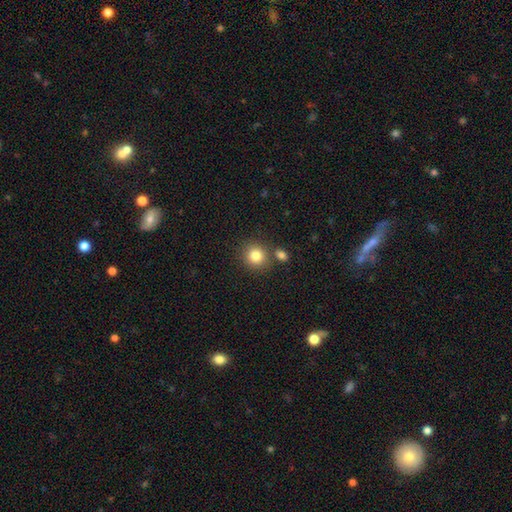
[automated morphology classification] This appears to be a smooth galaxy with no disk features (83%) that is round (87%). Merging: none (75%).